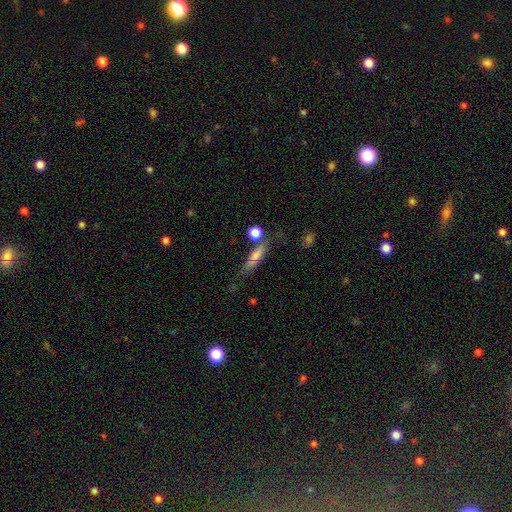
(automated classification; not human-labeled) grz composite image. It shows a smooth galaxy with no disk features (66%) that is cigar-shaped (64%). Merging: none (58%).